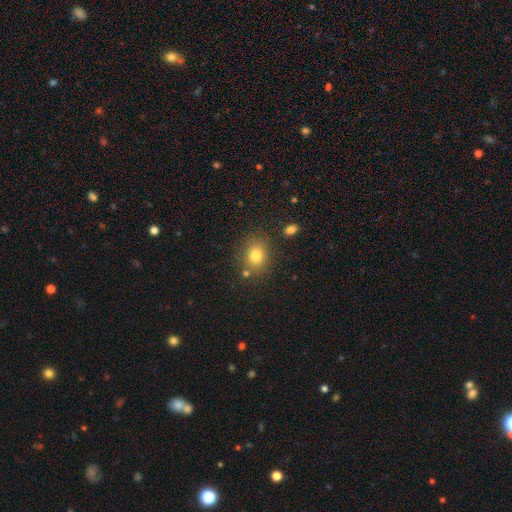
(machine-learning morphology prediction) Smooth or featured? Predicted: smooth (p=0.80). How rounded? Predicted: round (p=0.51). Merging? Predicted: none (p=0.79).